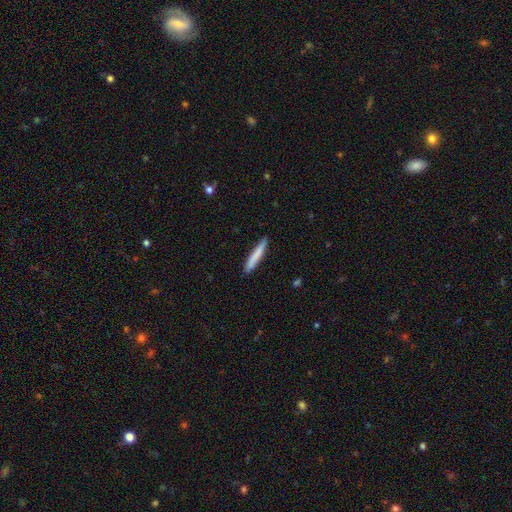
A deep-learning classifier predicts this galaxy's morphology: Smooth or featured? Predicted: smooth (p=0.77). How rounded? Predicted: cigar-shaped (p=0.94). Merging? Predicted: none (p=0.88).